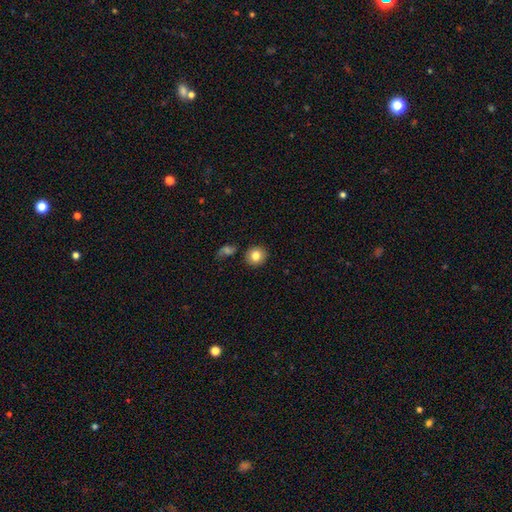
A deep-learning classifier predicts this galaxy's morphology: smooth_or_featured: smooth (p=0.81) [alt: star or artifact p=0.10]
how_rounded: round (p=0.86) [alt: in between p=0.13]
merging: none (p=0.86) [alt: minor disturbance p=0.08]